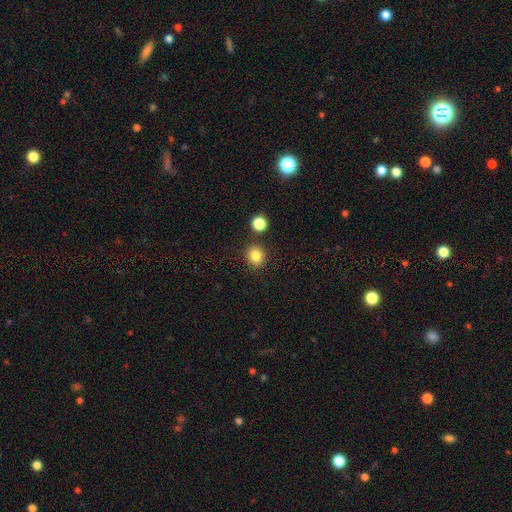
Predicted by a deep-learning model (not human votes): The model was most divided on "how rounded": round: 81%, in between: 19%, cigar-shaped: 1%. More confident: merging — none (85%); smooth or featured — smooth (83%).